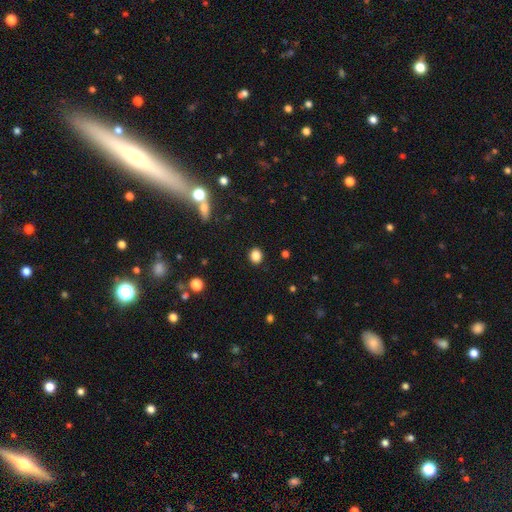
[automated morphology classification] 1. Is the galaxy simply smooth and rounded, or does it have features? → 85% smooth, 11% star or artifact, 4% featured or disk.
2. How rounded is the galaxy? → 62% round, 37% in between, 1% cigar-shaped.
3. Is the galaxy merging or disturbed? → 90% none, 6% minor disturbance, 2% major disturbance, 1% merger.